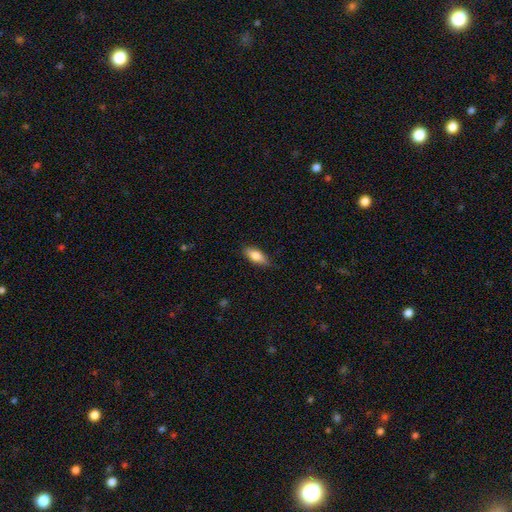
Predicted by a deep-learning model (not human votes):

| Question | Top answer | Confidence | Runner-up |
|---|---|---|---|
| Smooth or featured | smooth | 78% | featured or disk (15%) |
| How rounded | in between | 77% | cigar-shaped (20%) |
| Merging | none | 84% | minor disturbance (13%) |